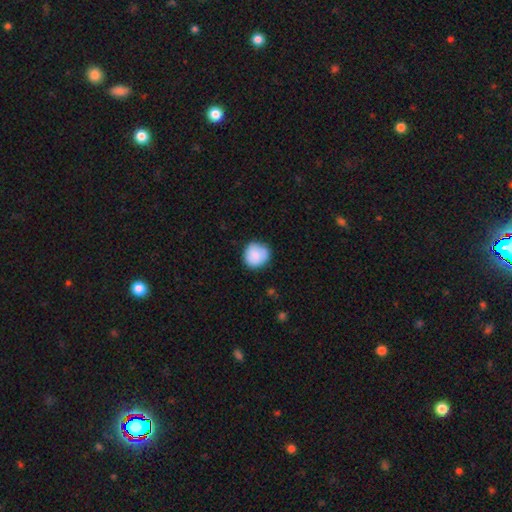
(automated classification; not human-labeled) Smooth or featured? Predicted: smooth (p=0.86). How rounded? Predicted: round (p=0.89). Merging? Predicted: none (p=0.79).